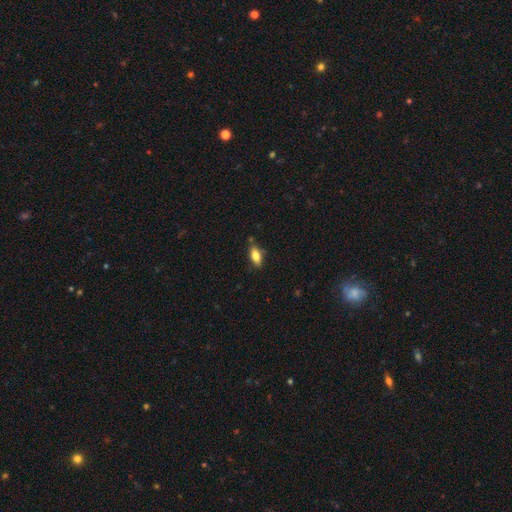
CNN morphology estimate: This appears to be a smooth galaxy with no disk features (76%) that is in between round and cigar-shaped (83%). Merging: none (78%).